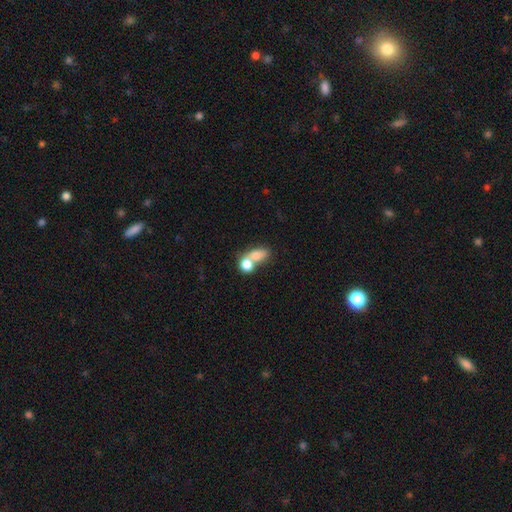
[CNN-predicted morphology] The model was most divided on "how rounded": in between: 58%, round: 39%, cigar-shaped: 3%. More confident: smooth or featured — smooth (74%); merging — merger (70%).